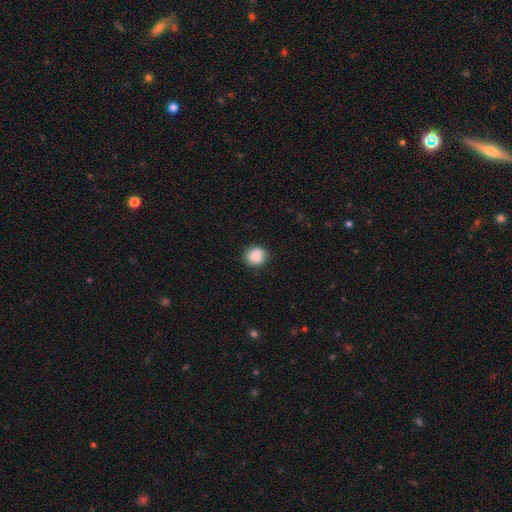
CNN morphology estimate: Smooth or featured? Predicted: smooth (p=0.89). How rounded? Predicted: round (p=0.84). Merging? Predicted: none (p=0.87).